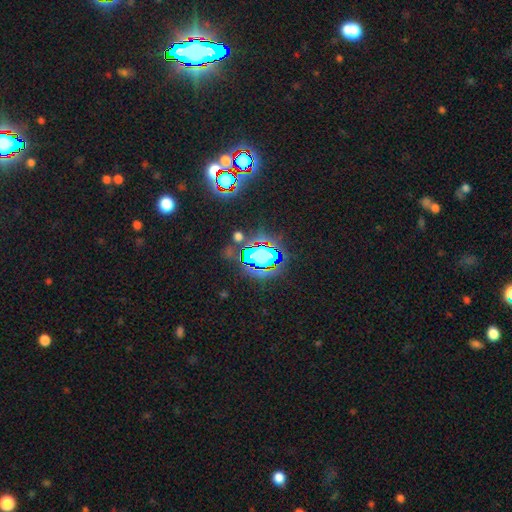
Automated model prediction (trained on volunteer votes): Q: Smooth or featured?
A: star or artifact (82%); runner-up: smooth (11%)